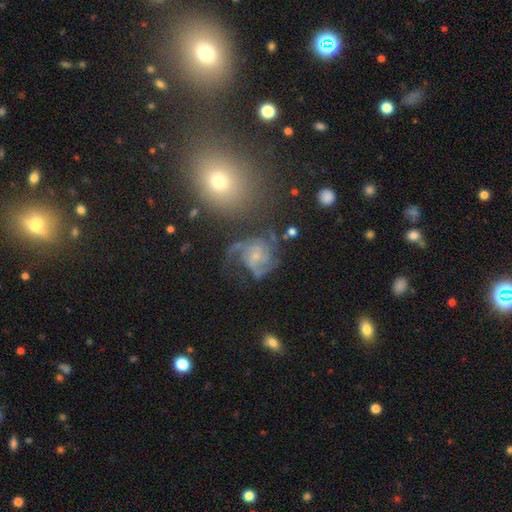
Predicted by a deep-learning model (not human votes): Smooth or featured: featured or disk — 74% (smooth — 16%)
Edge-on disk: no — 98% (yes — 2%)
Bar: no — 64% (weak — 30%)
Spiral arms: yes — 90% (no — 10%)
Spiral winding: medium — 45% (tight — 30%)
Spiral arm count: 2 — 29% (can't tell — 25%)
Bulge size: small — 67% (moderate — 21%)
Merging: none — 42% (major disturbance — 28%)